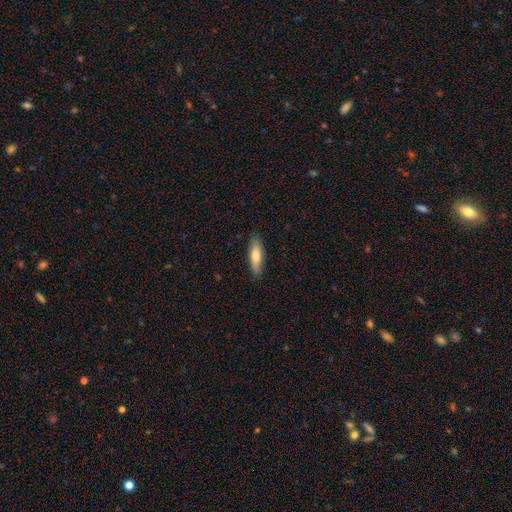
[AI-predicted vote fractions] Q: Smooth or featured?
A: smooth (76%); runner-up: featured or disk (18%)
Q: How rounded?
A: cigar-shaped (56%); runner-up: in between (42%)
Q: Merging?
A: none (86%); runner-up: minor disturbance (11%)